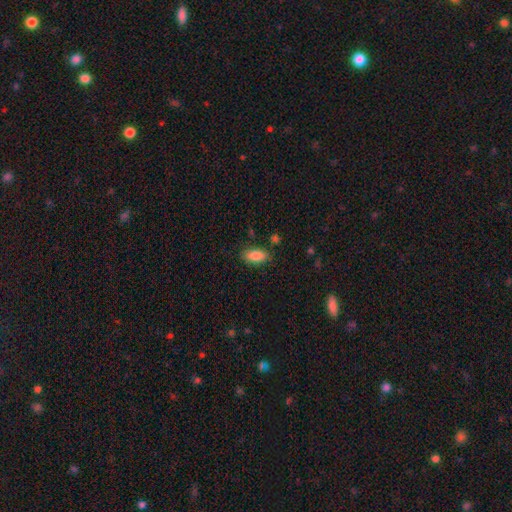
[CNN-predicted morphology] This appears to be a smooth galaxy with no disk features (86%) that is in between round and cigar-shaped (86%). Merging: none (83%).